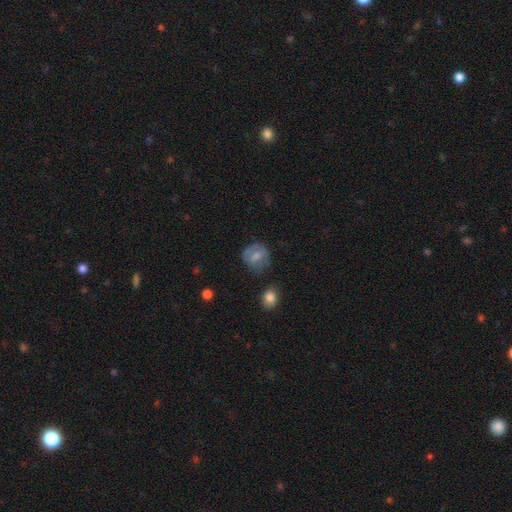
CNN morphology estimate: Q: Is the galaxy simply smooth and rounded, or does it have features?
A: smooth — 64%.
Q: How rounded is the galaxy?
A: round — 79%.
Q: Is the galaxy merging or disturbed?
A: none — 65%.